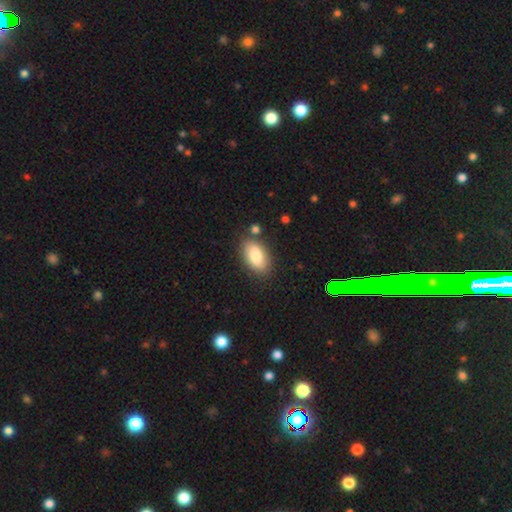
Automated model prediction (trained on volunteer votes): The model was most divided on "merging": none: 80%, minor disturbance: 12%, merger: 5%, major disturbance: 3%. More confident: how rounded — in between (93%); smooth or featured — smooth (83%).